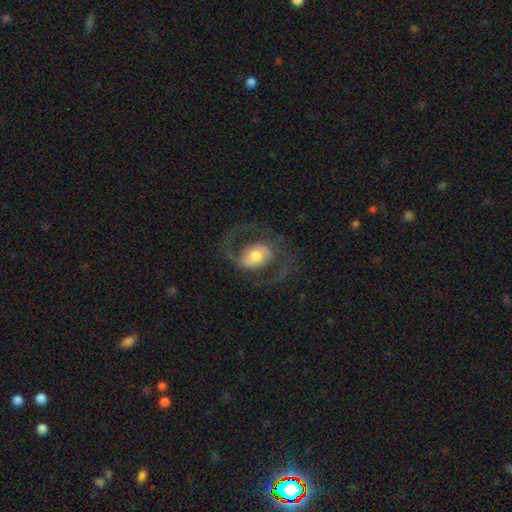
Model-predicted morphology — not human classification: This is likely a featured or disk galaxy (78%). It is clearly not viewed edge-on (97%). Bar: marginally no (43%). Spiral arm pattern: clearly yes (86%). Spiral arm count: clearly 2 (89%). Spiral winding: possibly medium (54%). Central bulge: possibly moderate (60%). Merging: likely none (68%).